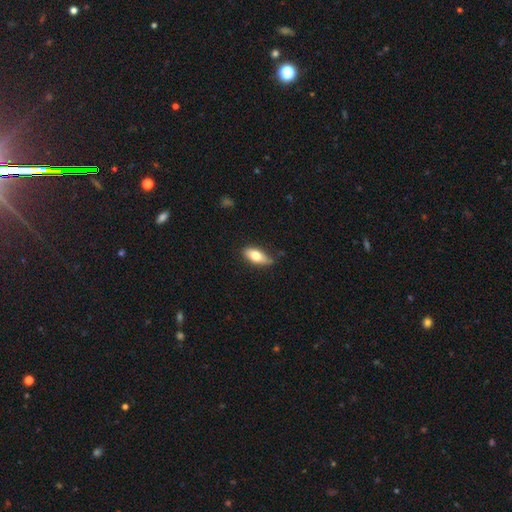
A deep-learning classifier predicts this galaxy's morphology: smooth-or-featured: smooth: 72% | featured or disk: 22% | star or artifact: 6%
  how-rounded: in between: 82% | cigar-shaped: 15% | round: 3%
  merging: none: 71% | minor disturbance: 24% | major disturbance: 4% | merger: 2%